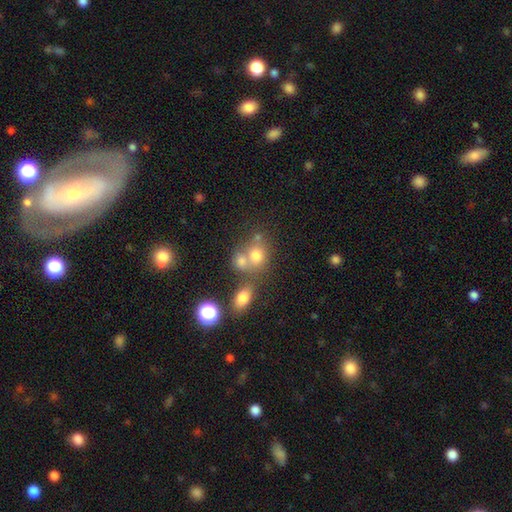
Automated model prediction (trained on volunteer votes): Q: Smooth or featured?
A: smooth (69%); runner-up: star or artifact (17%)
Q: How rounded?
A: round (67%); runner-up: in between (32%)
Q: Merging?
A: merger (43%); runner-up: none (42%)